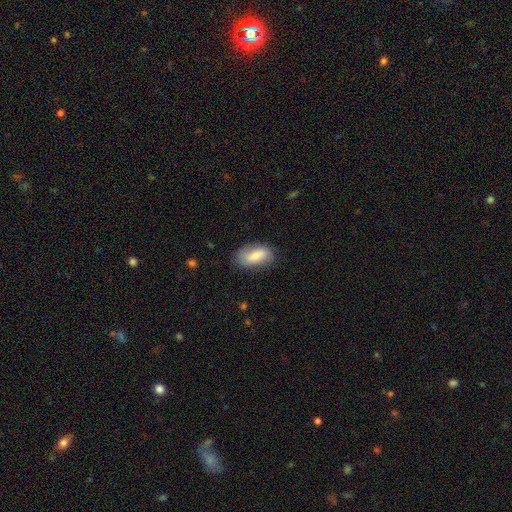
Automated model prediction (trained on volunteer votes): Smooth or featured? Predicted: smooth (p=0.74). How rounded? Predicted: in between (p=0.91). Merging? Predicted: none (p=0.76).